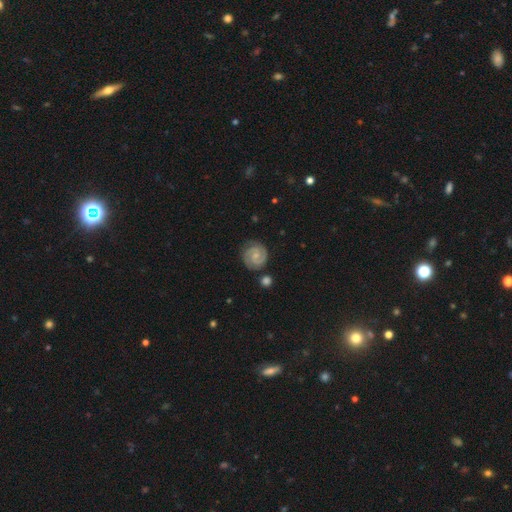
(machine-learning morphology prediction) This is clearly a featured or disk galaxy (85%). It is clearly not viewed edge-on (98%). Bar: possibly no (51%). Spiral arm pattern: clearly yes (98%). Spiral arm count: clearly 2 (84%). Spiral winding: likely tight (67%). Central bulge: likely small (62%). Merging: clearly none (81%).